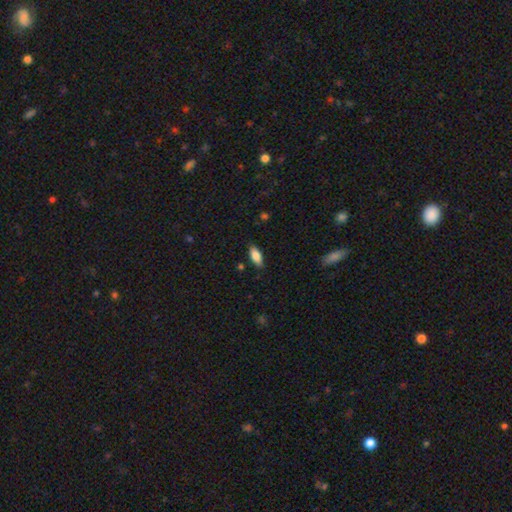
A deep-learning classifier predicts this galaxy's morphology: Smooth or featured? smooth (83%)
How rounded? in between (84%)
Merging? none (85%)